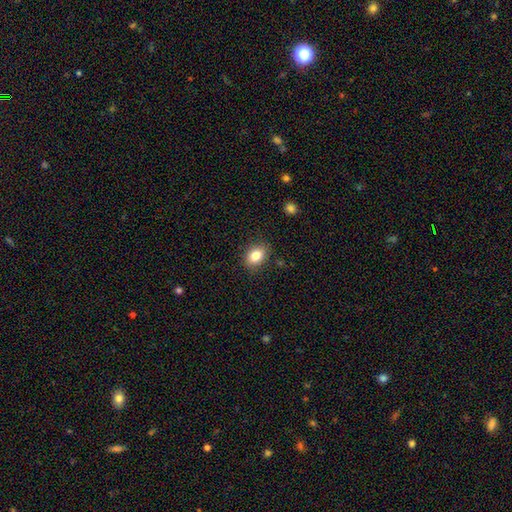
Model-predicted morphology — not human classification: A smooth galaxy with no disk features (83%) that is in between round and cigar-shaped (73%). Merging: none (86%).